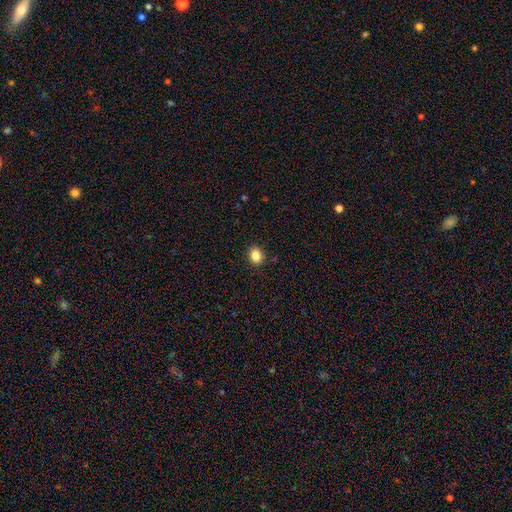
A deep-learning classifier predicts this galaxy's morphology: Q: Smooth or featured?
A: smooth (85%); runner-up: star or artifact (10%)
Q: How rounded?
A: round (53%); runner-up: in between (46%)
Q: Merging?
A: none (90%); runner-up: minor disturbance (7%)